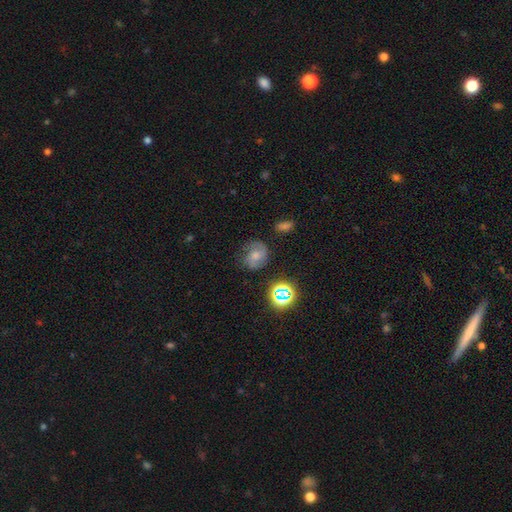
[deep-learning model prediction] A featured or disk galaxy (50%). Merging: none (65%).